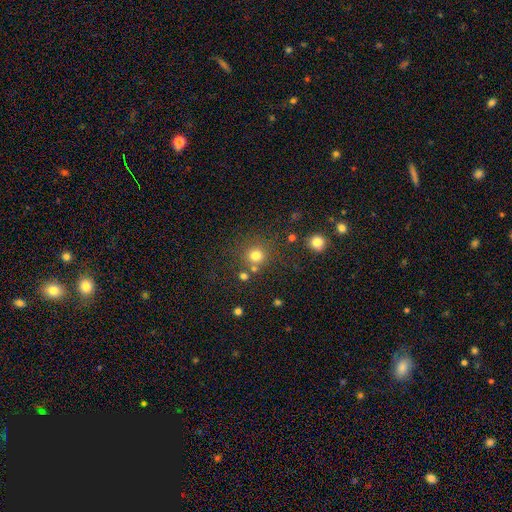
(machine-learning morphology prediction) Smooth or featured? smooth (77%)
How rounded? round (91%)
Merging? none (75%)